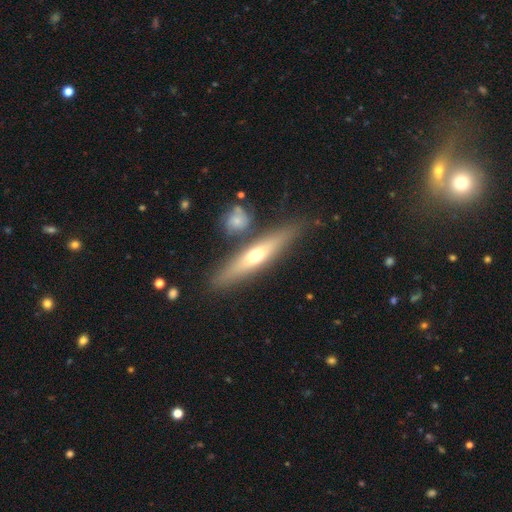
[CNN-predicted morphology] Smooth or featured: featured or disk — 54% (smooth — 40%)
Edge-on disk: yes — 86% (no — 14%)
Merging: none — 80% (minor disturbance — 10%)